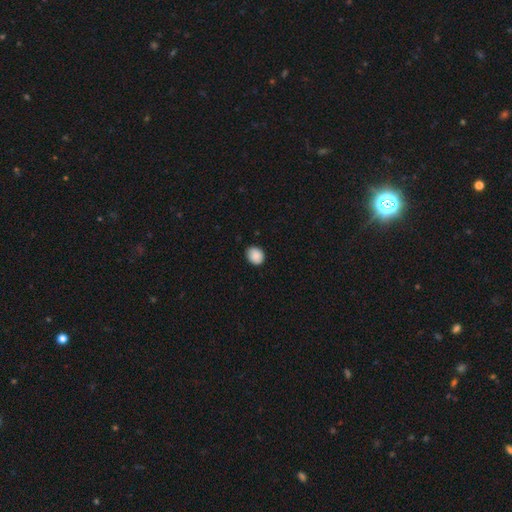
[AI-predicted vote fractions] A smooth galaxy with no disk features (88%) that is round (57%). Merging: none (82%).